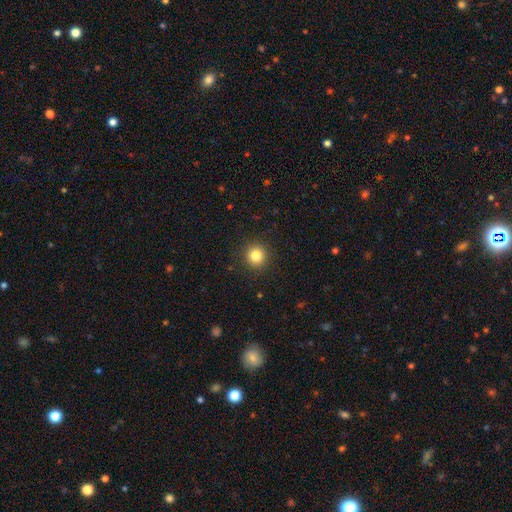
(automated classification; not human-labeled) Morphology: type=smooth (83%); roundness=round (94%); merging=none (91%).